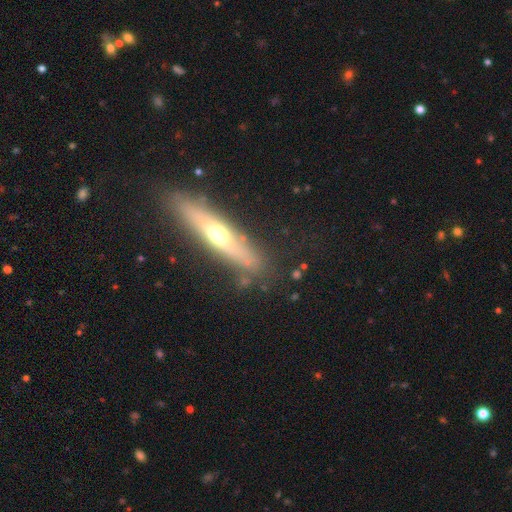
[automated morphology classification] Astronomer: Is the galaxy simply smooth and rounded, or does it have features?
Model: featured or disk — 57% (runner-up: smooth, 36%).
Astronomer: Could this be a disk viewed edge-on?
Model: yes — 78%.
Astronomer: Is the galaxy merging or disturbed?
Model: none — 80%.